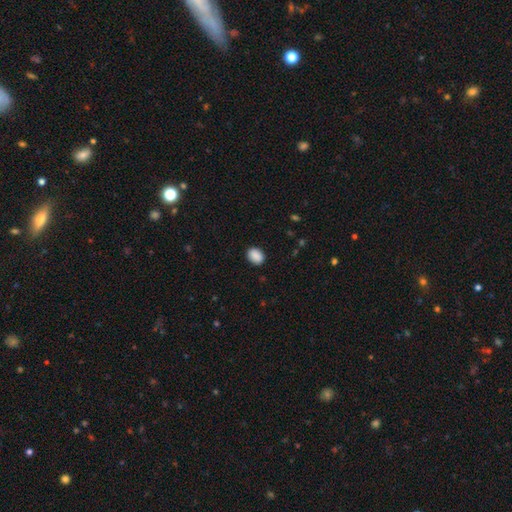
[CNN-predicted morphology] Smooth or featured: smooth — 89% (star or artifact — 7%)
How rounded: in between — 69% (round — 30%)
Merging: none — 87% (minor disturbance — 9%)